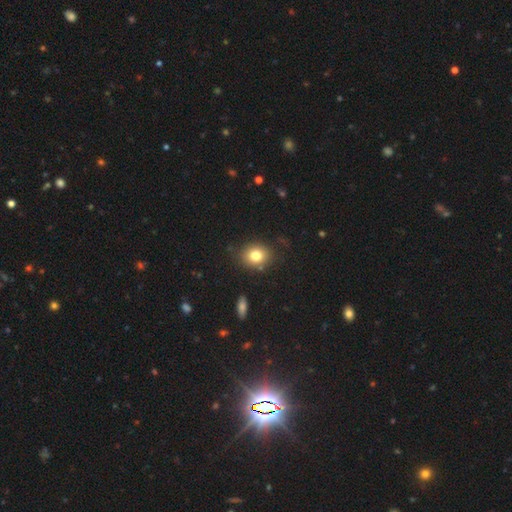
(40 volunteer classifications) smooth-or-featured: smooth: 90% | star or artifact: 10% | featured or disk: 0%
  how-rounded: round: 72% | in between: 25% | cigar-shaped: 3%
  merging: none: 81% | minor disturbance: 11% | merger: 8% | major disturbance: 0%